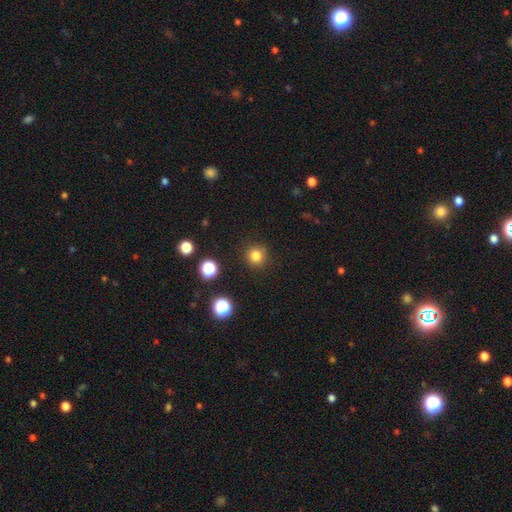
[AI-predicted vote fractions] A smooth galaxy with no disk features (81%) that is round (94%).

Vote fractions:
- Smooth or featured? smooth: 81% / star or artifact: 14% / featured or disk: 5%
- How rounded? round: 94% / in between: 5% / cigar-shaped: 1%
- Merging? none: 90% / minor disturbance: 6% / major disturbance: 2% / merger: 1%